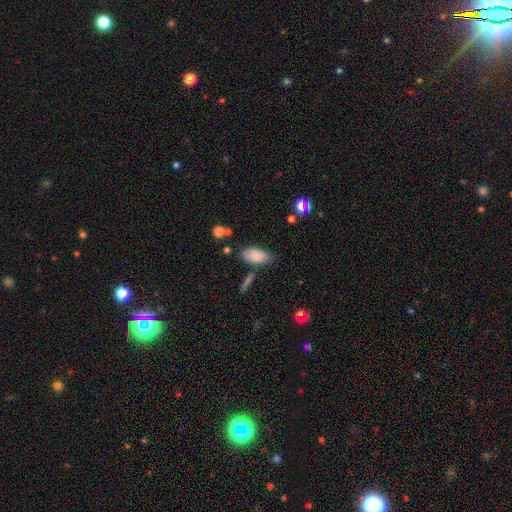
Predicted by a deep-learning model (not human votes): The model was most divided on "merging": none: 66%, minor disturbance: 22%, merger: 7%, major disturbance: 5%. More confident: how rounded — in between (92%); smooth or featured — smooth (83%).